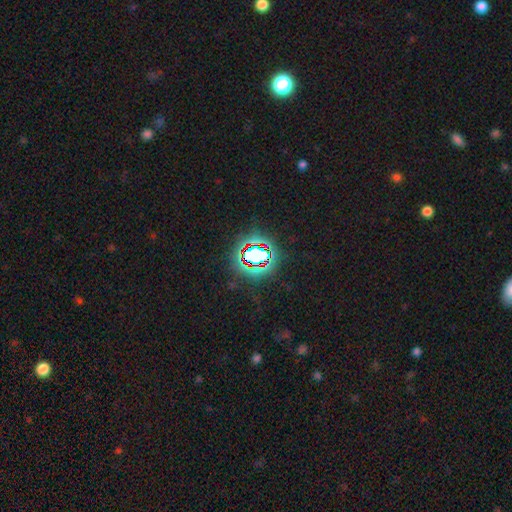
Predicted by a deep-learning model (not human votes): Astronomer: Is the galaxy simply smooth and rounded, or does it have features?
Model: star or artifact — 71%.